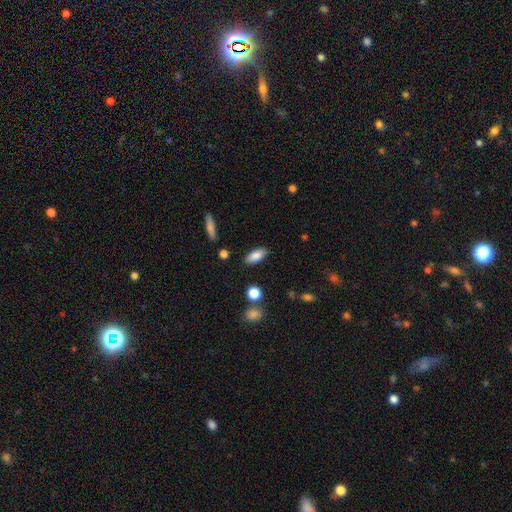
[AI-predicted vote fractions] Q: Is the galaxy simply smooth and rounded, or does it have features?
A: smooth — 85%.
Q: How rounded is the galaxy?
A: in between — 82%.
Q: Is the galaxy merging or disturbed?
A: none — 86%.